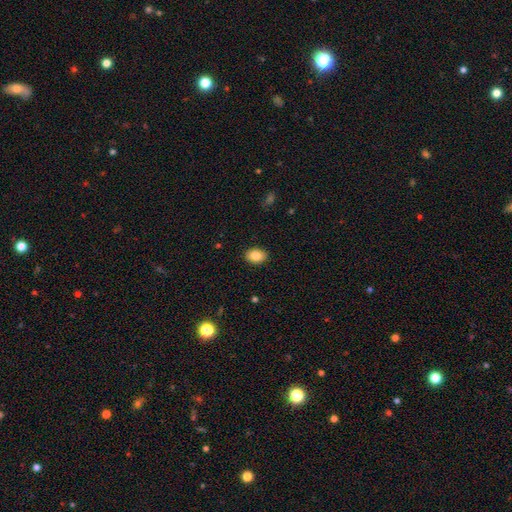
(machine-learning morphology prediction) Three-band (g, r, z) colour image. It shows a smooth galaxy with no disk features (85%) that is in between round and cigar-shaped (74%). Merging: none (89%).